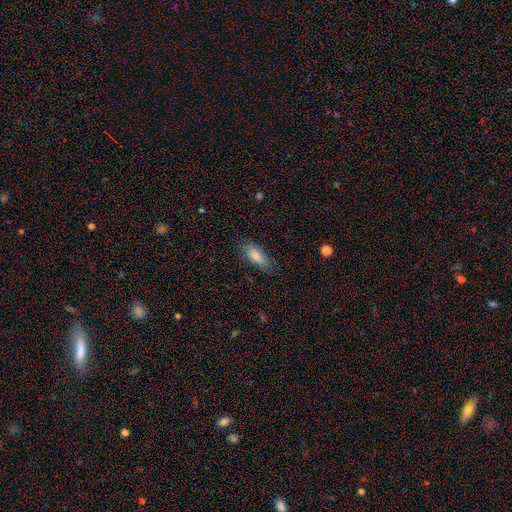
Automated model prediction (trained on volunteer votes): smooth 82%, featured or disk 11%, star or artifact 7%. Down the decision tree: how rounded — in between (78%); merging — none (72%).